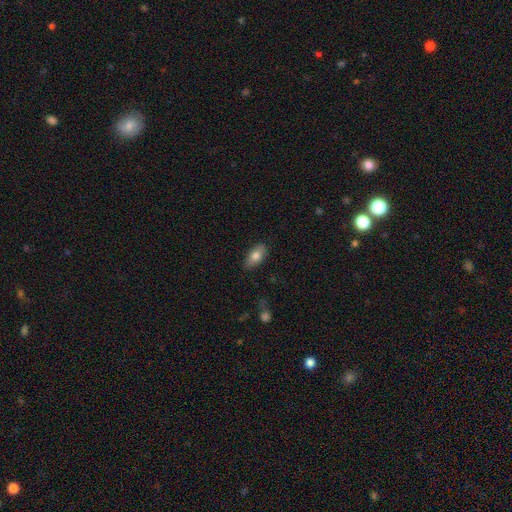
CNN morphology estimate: A smooth galaxy with no disk features (78%) that is in between round and cigar-shaped (90%).

Vote fractions:
- Smooth or featured? smooth: 78% / featured or disk: 15% / star or artifact: 7%
- How rounded? in between: 90% / cigar-shaped: 6% / round: 4%
- Merging? none: 86% / minor disturbance: 11% / major disturbance: 2% / merger: 1%